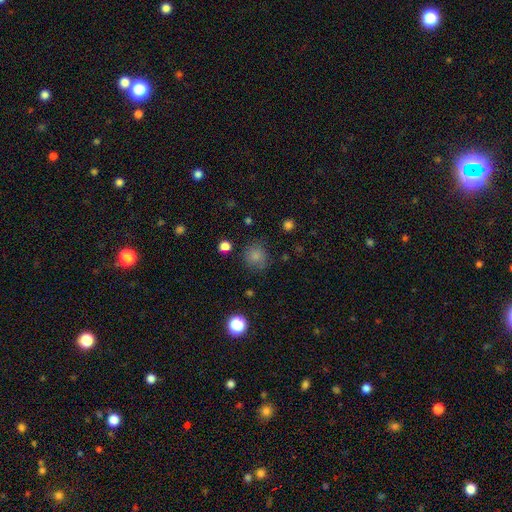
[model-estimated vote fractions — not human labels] Q: Smooth or featured?
A: smooth (80%); runner-up: star or artifact (14%)
Q: How rounded?
A: round (86%); runner-up: in between (13%)
Q: Merging?
A: none (77%); runner-up: minor disturbance (15%)